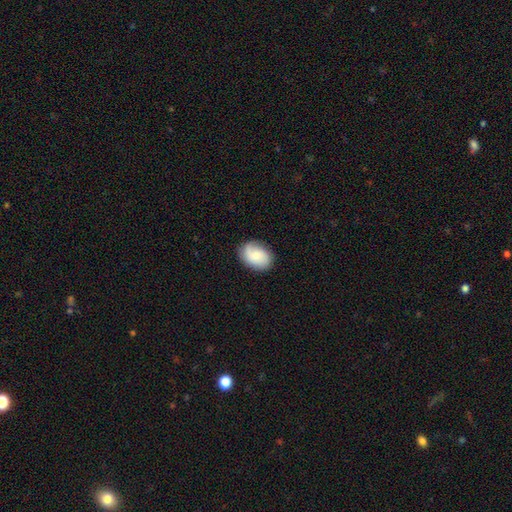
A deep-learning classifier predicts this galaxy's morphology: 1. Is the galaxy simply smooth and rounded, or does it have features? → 60% smooth, 33% featured or disk, 7% star or artifact.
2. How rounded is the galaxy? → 74% in between, 25% round, 1% cigar-shaped.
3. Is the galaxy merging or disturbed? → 78% none, 16% minor disturbance, 5% major disturbance, 1% merger.